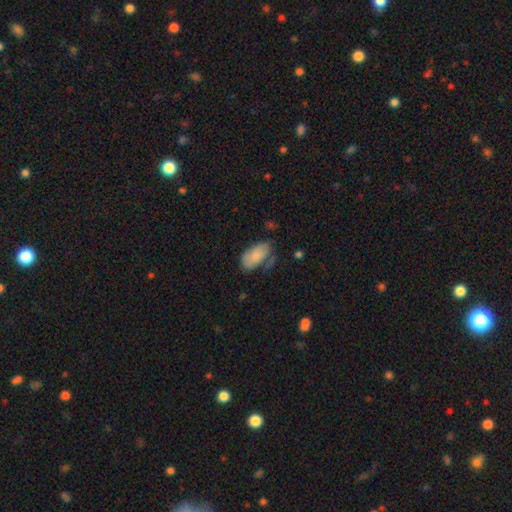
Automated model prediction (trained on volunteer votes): This appears to be a smooth galaxy with no disk features (77%) that is in between round and cigar-shaped (94%). Merging: none (50%).